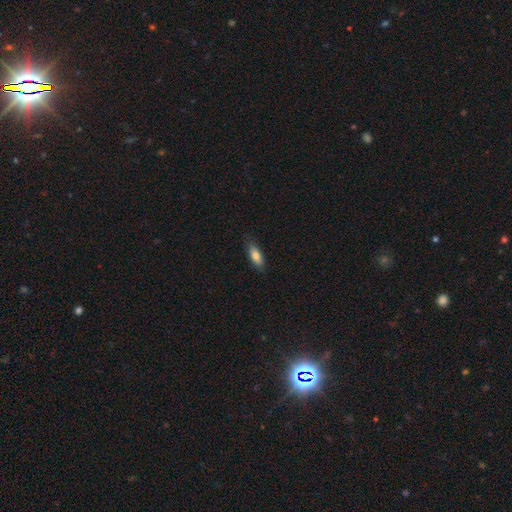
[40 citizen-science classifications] Volunteers were most divided on "how rounded": in between: 57%, cigar-shaped: 40%, round: 3%. More confident: merging — none (76%); smooth or featured — smooth (75%).